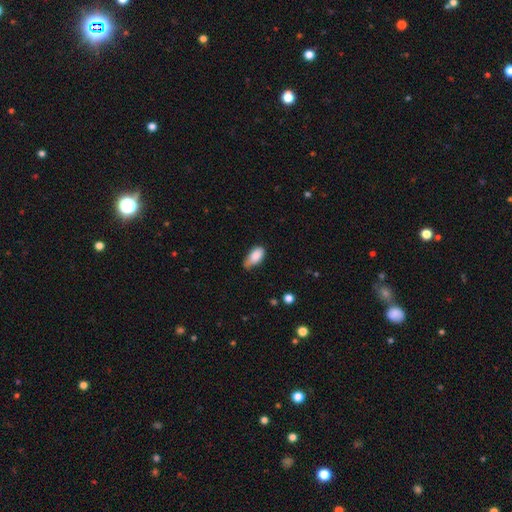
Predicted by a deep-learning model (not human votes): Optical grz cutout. It shows a smooth galaxy with no disk features (85%) that is in between round and cigar-shaped (91%). Merging: minor disturbance (47%).